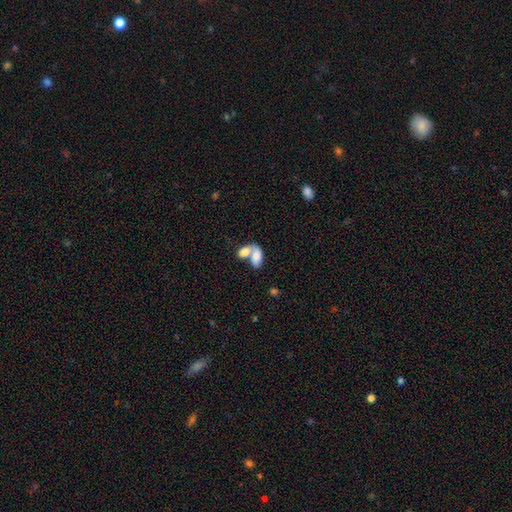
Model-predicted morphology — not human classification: A smooth galaxy with no disk features (78%) that is in between round and cigar-shaped (92%). Merging: merger (71%).